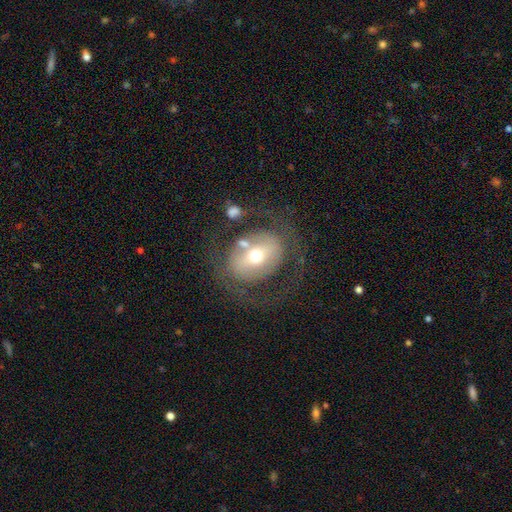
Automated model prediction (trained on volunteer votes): smooth_or_featured: featured or disk (p=0.56) [alt: smooth p=0.36]
disk_edge_on: no (p=0.93) [alt: yes p=0.07]
bar: no (p=0.38) [alt: strong p=0.35]
has_spiral_arms: no (p=0.68) [alt: yes p=0.32]
bulge_size: moderate (p=0.66) [alt: small p=0.22]
merging: none (p=0.59) [alt: major disturbance p=0.18]